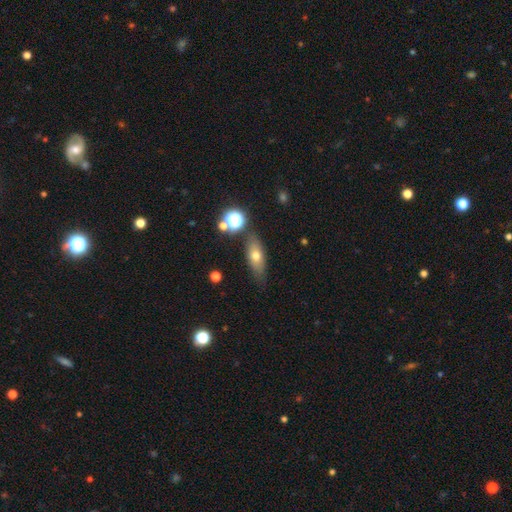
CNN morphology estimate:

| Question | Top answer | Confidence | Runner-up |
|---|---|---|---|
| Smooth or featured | smooth | 63% | featured or disk (26%) |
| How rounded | in between | 66% | cigar-shaped (25%) |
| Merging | none | 75% | minor disturbance (16%) |